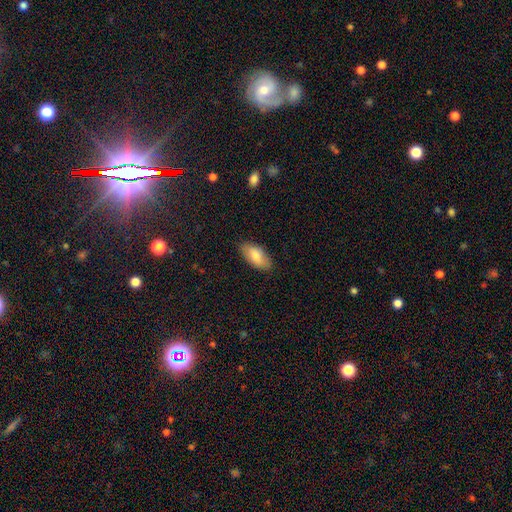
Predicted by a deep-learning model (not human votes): Overall: smooth (78%). How rounded: in between (92%). Merging: none (85%).